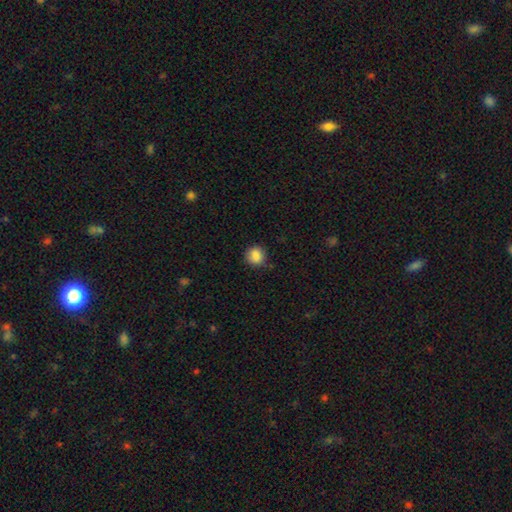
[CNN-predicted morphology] Smooth or featured? smooth (87%)
How rounded? round (79%)
Merging? none (80%)